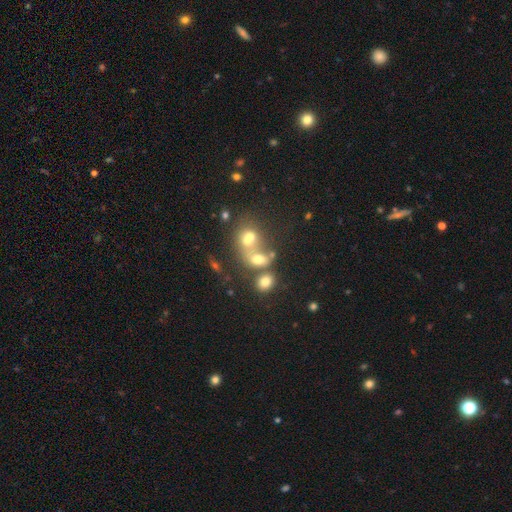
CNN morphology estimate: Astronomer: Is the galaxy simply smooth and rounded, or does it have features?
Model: smooth — 54%.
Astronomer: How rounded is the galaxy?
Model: round — 65%.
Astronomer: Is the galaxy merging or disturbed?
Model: merger — 61%.